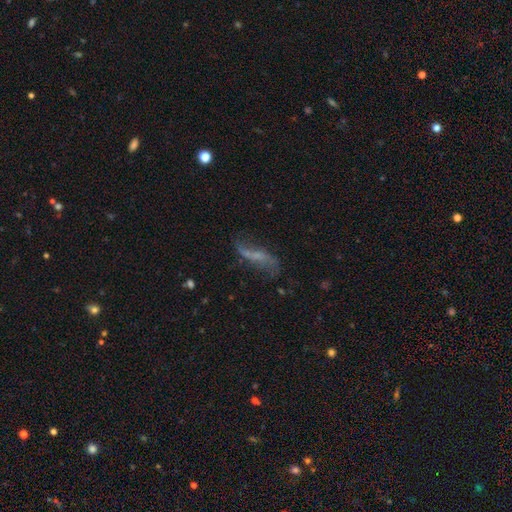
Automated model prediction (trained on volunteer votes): smooth_or_featured: featured or disk (p=0.62) [alt: smooth p=0.26]
disk_edge_on: no (p=0.84) [alt: yes p=0.16]
bar: no (p=0.45) [alt: weak p=0.35]
has_spiral_arms: yes (p=0.76) [alt: no p=0.24]
bulge_size: none (p=0.52) [alt: small p=0.34]
merging: none (p=0.52) [alt: minor disturbance p=0.23]